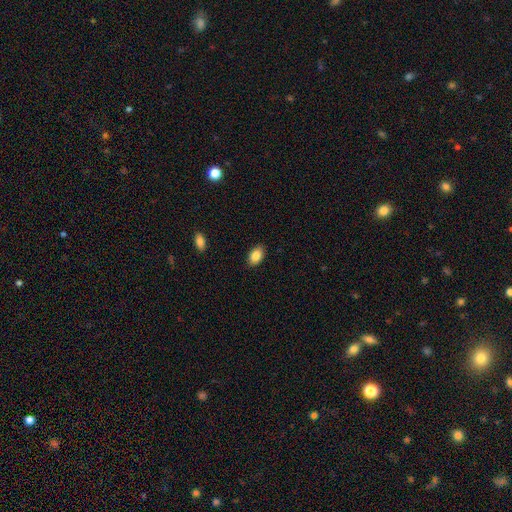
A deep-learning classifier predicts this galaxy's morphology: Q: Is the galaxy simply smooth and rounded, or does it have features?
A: smooth — 87%.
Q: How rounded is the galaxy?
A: in between — 90%.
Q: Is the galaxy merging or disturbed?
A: none — 88%.